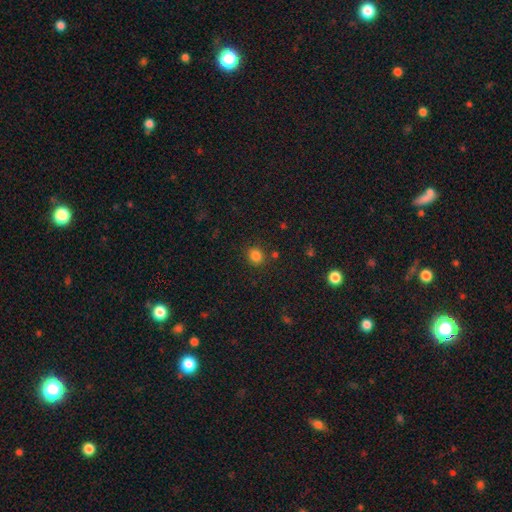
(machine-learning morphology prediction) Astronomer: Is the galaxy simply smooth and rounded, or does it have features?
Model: smooth — 83%.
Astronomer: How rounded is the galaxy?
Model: round — 78%.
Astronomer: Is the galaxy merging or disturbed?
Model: none — 85%.